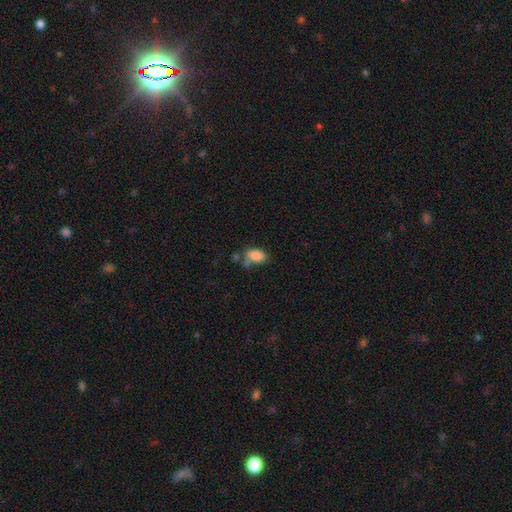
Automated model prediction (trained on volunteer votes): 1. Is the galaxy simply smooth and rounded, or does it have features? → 84% smooth, 9% star or artifact, 7% featured or disk.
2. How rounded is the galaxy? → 91% in between, 7% round, 3% cigar-shaped.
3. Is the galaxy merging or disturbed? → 51% none, 21% minor disturbance, 20% merger, 8% major disturbance.